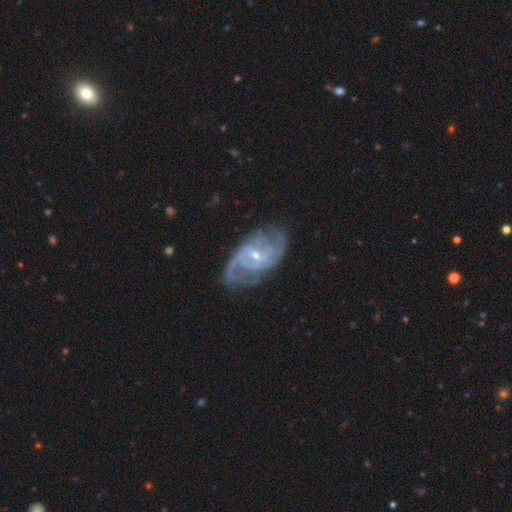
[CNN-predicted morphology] A featured or disk galaxy (88%) with a weak bar (49%), 2 (53%) medium (47%) spiral arms (96%) and a small central bulge (62%).

Vote fractions:
- Smooth or featured? featured or disk: 88% / smooth: 6% / star or artifact: 6%
- Edge-on disk? no: 96% / yes: 4%
- Bar? weak: 49% / no: 34% / strong: 17%
- Spiral arms? yes: 96% / no: 4%
- Spiral winding? medium: 47% / tight: 36% / loose: 17%
- Spiral arm count? 2: 53% / can't tell: 18% / 3: 15% / 4: 6% / 1: 4% / more than 4: 4%
- Bulge size? small: 62% / moderate: 35% / none: 1% / large: 1% / dominant: 1%
- Merging? none: 69% / minor disturbance: 20% / major disturbance: 9% / merger: 2%